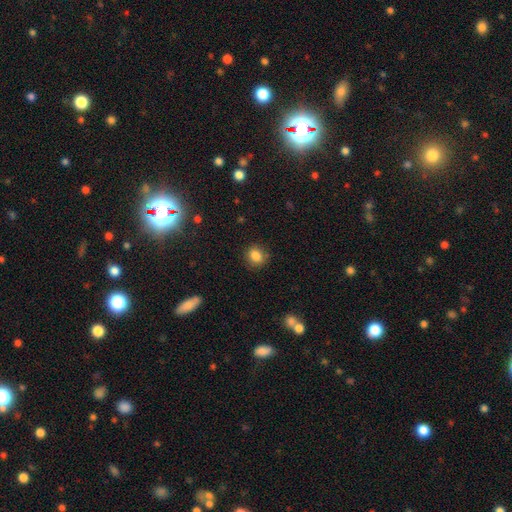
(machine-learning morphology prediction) Smooth or featured: smooth — 84% (star or artifact — 10%)
How rounded: round — 71% (in between — 28%)
Merging: none — 85% (minor disturbance — 11%)